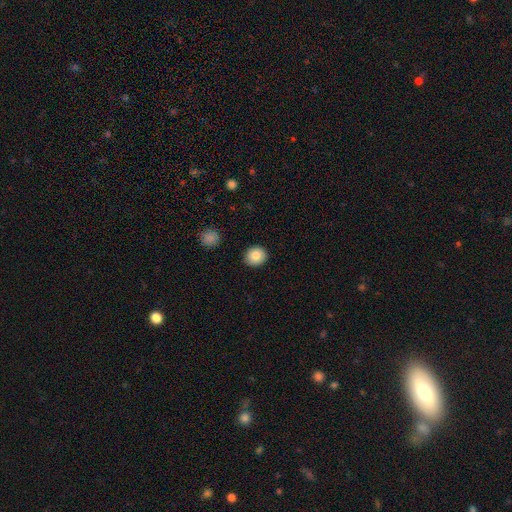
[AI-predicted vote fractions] Morphology: type=smooth (87%); roundness=round (82%); merging=none (90%).